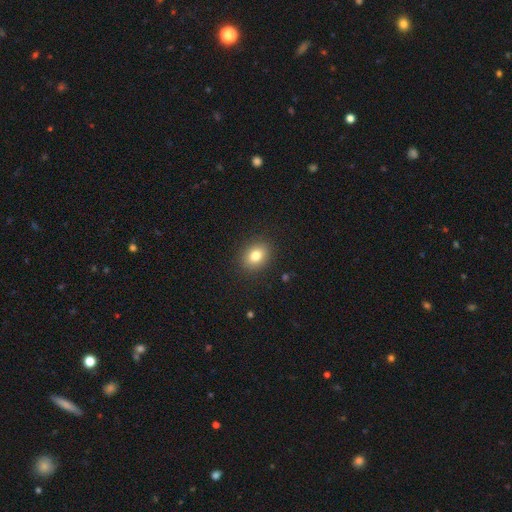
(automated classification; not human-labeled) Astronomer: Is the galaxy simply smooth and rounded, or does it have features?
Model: smooth — 81%.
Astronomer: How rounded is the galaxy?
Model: in between — 59% (runner-up: round, 40%).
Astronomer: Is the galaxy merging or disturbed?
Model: none — 89%.